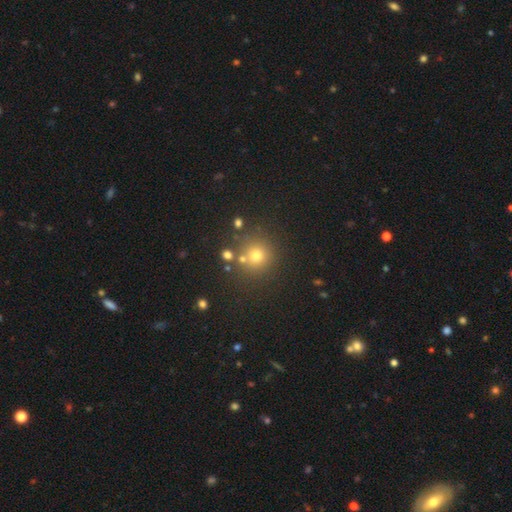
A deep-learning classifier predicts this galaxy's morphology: Smooth or featured? smooth (69%)
How rounded? round (92%)
Merging? none (76%)